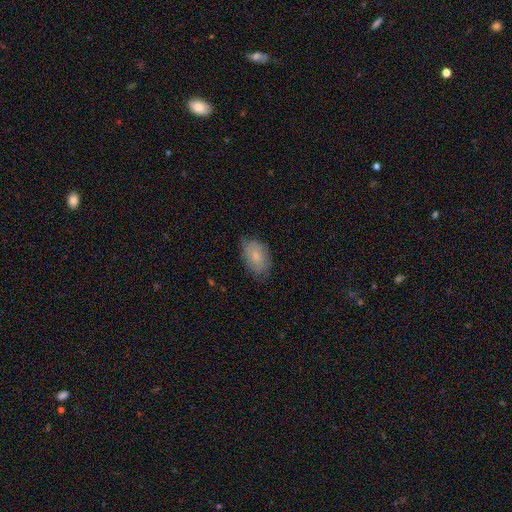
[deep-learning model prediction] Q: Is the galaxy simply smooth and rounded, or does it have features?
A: smooth — 68%.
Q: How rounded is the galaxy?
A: in between — 90%.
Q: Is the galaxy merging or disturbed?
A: none — 69%.